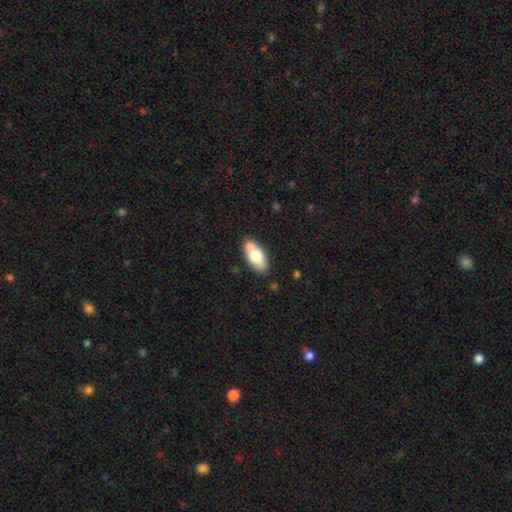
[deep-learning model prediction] Overall: smooth (69%). How rounded: in between (86%). Merging: none (62%).